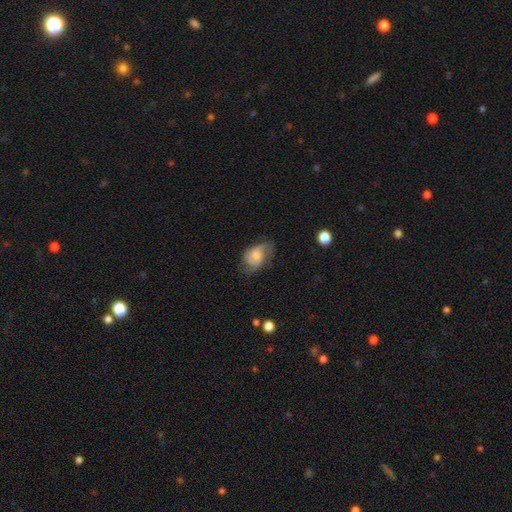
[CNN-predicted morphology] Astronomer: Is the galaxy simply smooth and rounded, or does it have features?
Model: featured or disk — 50% (runner-up: smooth, 42%).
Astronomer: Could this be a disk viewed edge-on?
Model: no — 96%.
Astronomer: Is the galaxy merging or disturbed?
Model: none — 48% (runner-up: minor disturbance, 30%).